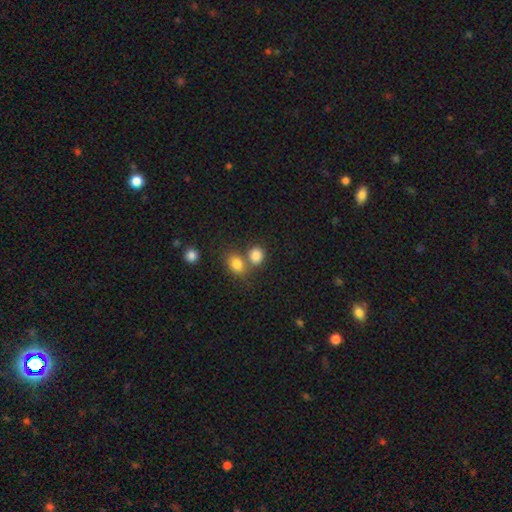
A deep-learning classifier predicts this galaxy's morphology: The model was most divided on "merging": none: 50%, merger: 38%, minor disturbance: 9%, major disturbance: 3%. More confident: smooth or featured — smooth (83%); how rounded — round (67%).